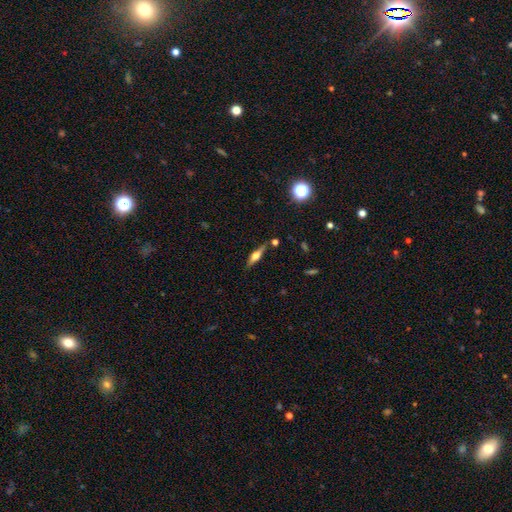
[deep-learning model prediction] This appears to be a featured or disk galaxy (59%) viewed edge-on (95%) with a rounded central bulge (90%). Merging: none (83%).